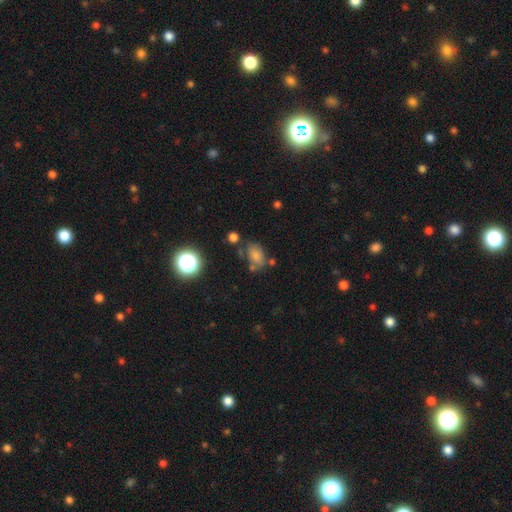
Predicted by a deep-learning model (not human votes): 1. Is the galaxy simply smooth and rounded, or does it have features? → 73% smooth, 16% star or artifact, 11% featured or disk.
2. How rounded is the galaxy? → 83% in between, 15% round, 2% cigar-shaped.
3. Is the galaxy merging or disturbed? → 59% none, 21% minor disturbance, 13% merger, 8% major disturbance.